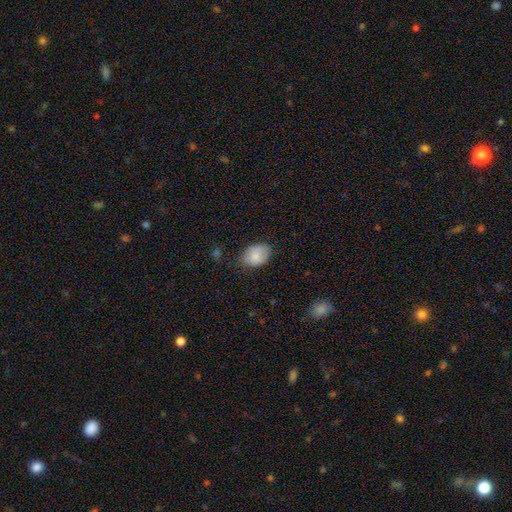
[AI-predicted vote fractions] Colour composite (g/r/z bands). It shows a smooth galaxy with no disk features (83%) that is in between round and cigar-shaped (81%). Merging: none (64%).